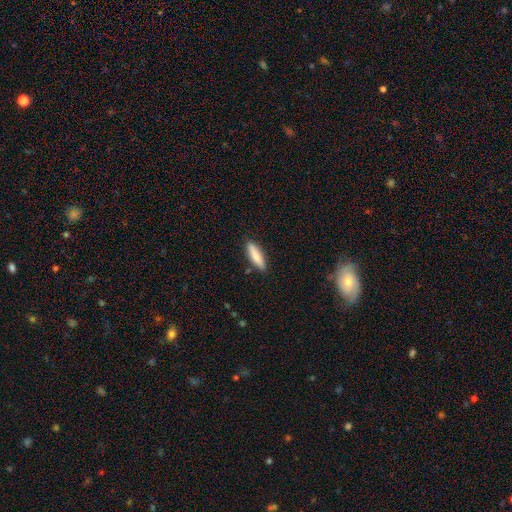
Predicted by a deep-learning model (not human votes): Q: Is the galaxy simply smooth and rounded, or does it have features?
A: smooth — 80%.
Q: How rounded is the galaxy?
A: cigar-shaped — 69%.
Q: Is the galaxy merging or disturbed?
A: none — 87%.